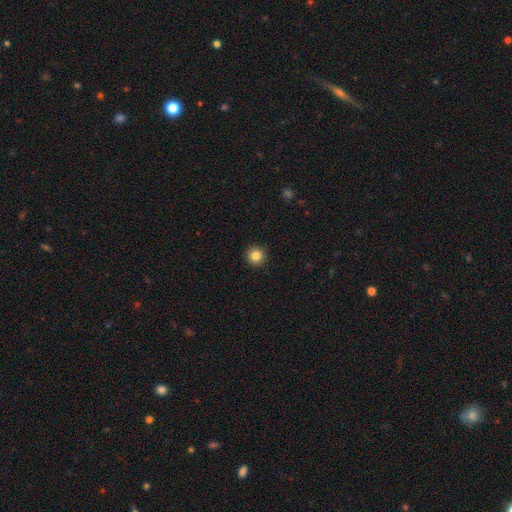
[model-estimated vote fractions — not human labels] Smooth or featured: smooth — 84% (star or artifact — 11%)
How rounded: round — 95% (in between — 4%)
Merging: none — 93% (minor disturbance — 5%)